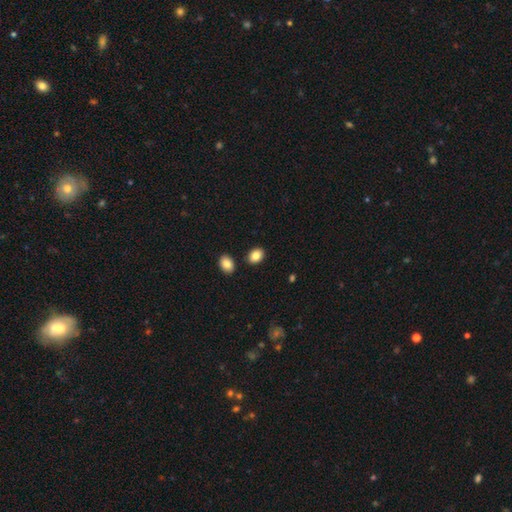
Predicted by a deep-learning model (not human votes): This is clearly a smooth galaxy (86%). How rounded: likely in between (74%). Merging: clearly none (85%).